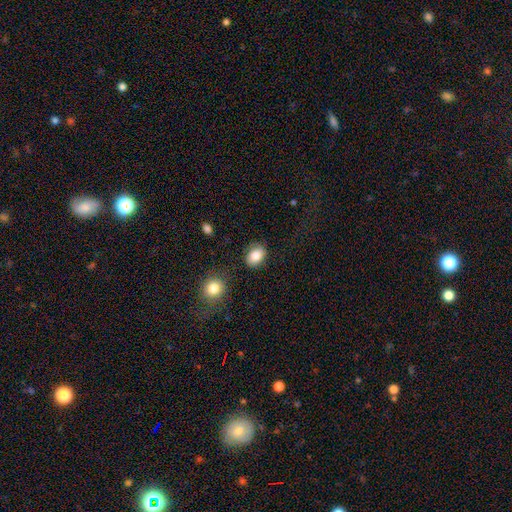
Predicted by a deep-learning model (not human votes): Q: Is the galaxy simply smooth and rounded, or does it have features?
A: smooth — 84%.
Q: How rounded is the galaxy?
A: in between — 68%.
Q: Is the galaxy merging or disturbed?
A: none — 80%.